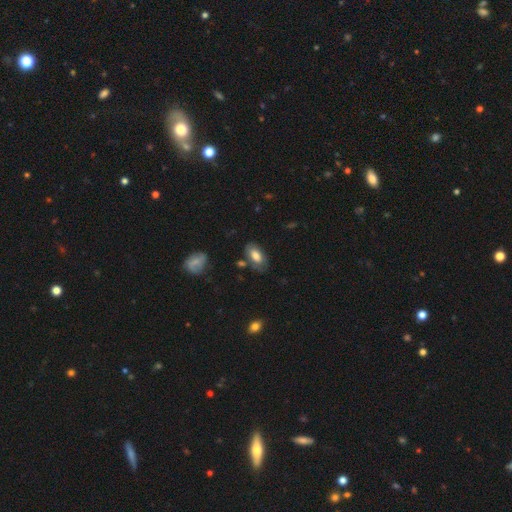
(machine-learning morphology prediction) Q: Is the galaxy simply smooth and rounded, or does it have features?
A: smooth — 72%.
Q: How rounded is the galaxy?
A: in between — 92%.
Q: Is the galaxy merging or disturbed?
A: none — 69%.